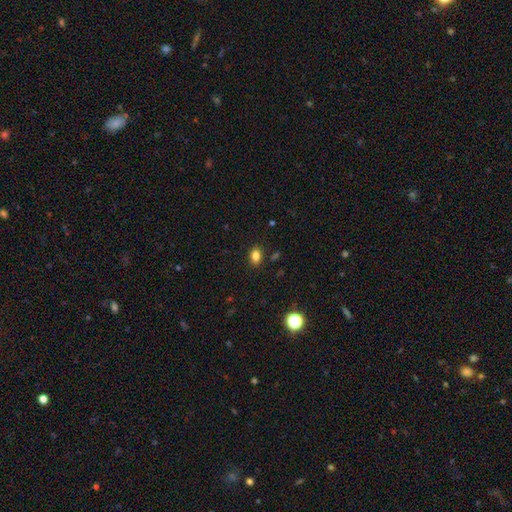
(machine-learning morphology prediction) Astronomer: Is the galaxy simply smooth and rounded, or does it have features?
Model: smooth — 83%.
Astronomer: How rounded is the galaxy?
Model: in between — 73%.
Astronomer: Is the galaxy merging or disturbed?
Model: none — 87%.